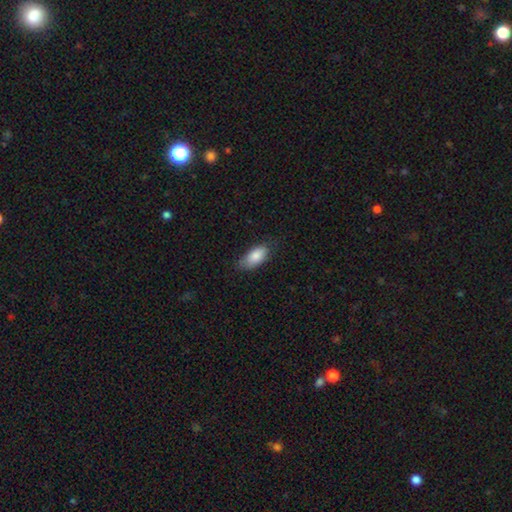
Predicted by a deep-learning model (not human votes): Smooth or featured?
  - smooth: 85% *
  - featured or disk: 9%
  - star or artifact: 6%
How rounded?
  - in between: 90% *
  - cigar-shaped: 7%
  - round: 2%
Merging?
  - none: 72% *
  - minor disturbance: 22%
  - major disturbance: 4%
  - merger: 1%